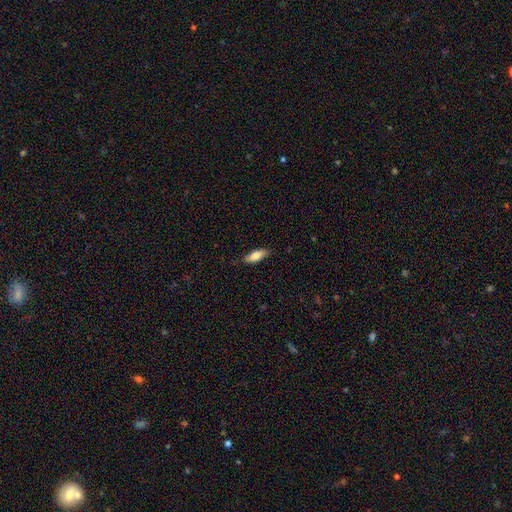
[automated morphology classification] A smooth galaxy with no disk features (79%) that is in between round and cigar-shaped (63%). Merging: none (81%).